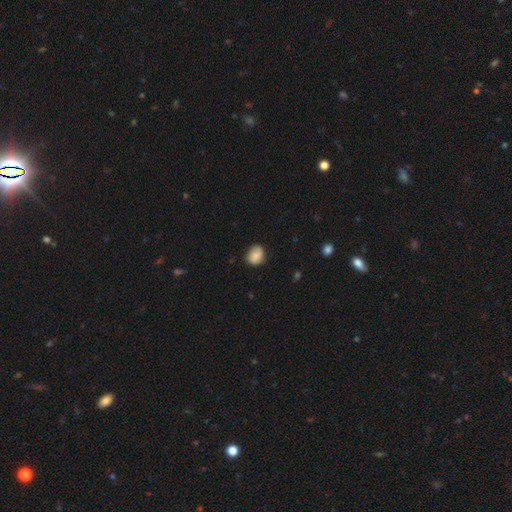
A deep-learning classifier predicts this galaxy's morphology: Smooth or featured?
  - smooth: 82% *
  - featured or disk: 10%
  - star or artifact: 8%
How rounded?
  - round: 55% *
  - in between: 45%
  - cigar-shaped: 1%
Merging?
  - none: 75% *
  - minor disturbance: 20%
  - major disturbance: 4%
  - merger: 1%